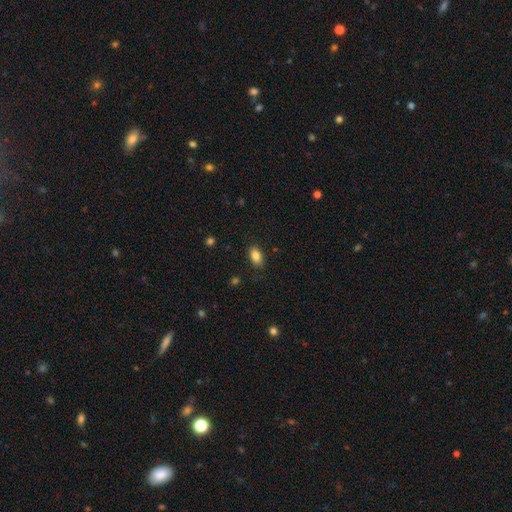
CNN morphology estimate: smooth-or-featured: smooth: 85% | star or artifact: 9% | featured or disk: 6%
  how-rounded: in between: 90% | round: 8% | cigar-shaped: 3%
  merging: none: 86% | minor disturbance: 11% | major disturbance: 3% | merger: 1%